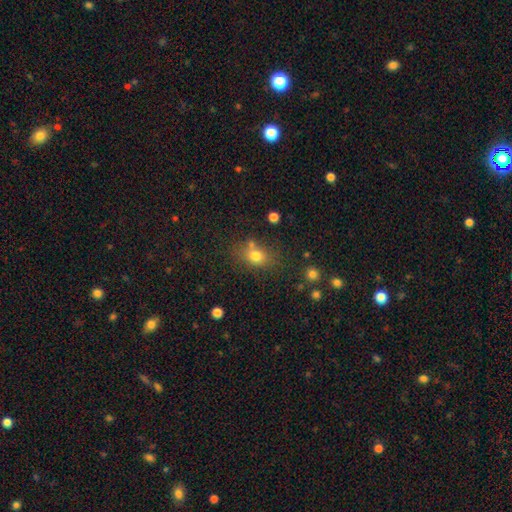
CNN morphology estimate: smooth-or-featured: smooth: 75% | star or artifact: 14% | featured or disk: 11%
  how-rounded: in between: 56% | round: 42% | cigar-shaped: 2%
  merging: none: 64% | minor disturbance: 17% | merger: 12% | major disturbance: 6%